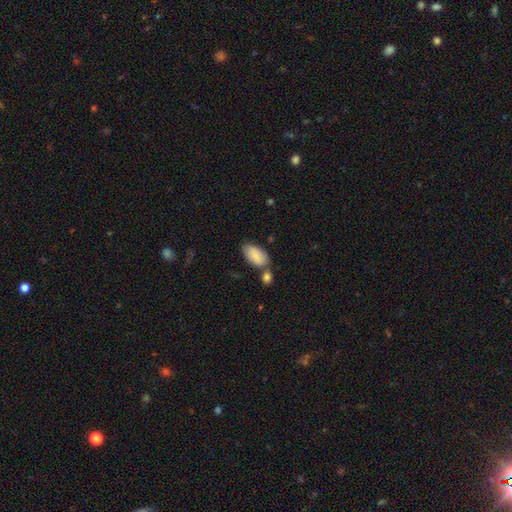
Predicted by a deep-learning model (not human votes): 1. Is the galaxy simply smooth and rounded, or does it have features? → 84% smooth, 10% featured or disk, 6% star or artifact.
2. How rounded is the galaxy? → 94% in between, 3% round, 3% cigar-shaped.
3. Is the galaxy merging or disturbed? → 57% none, 22% merger, 17% minor disturbance, 4% major disturbance.